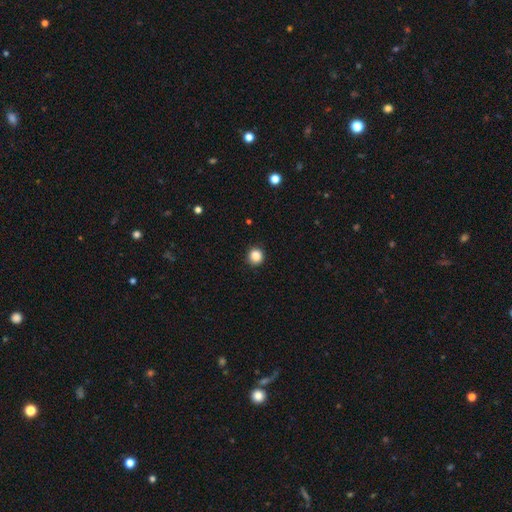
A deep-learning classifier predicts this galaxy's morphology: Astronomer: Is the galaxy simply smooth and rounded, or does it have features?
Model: smooth — 86%.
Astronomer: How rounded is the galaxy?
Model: round — 91%.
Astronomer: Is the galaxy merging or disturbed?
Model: none — 90%.